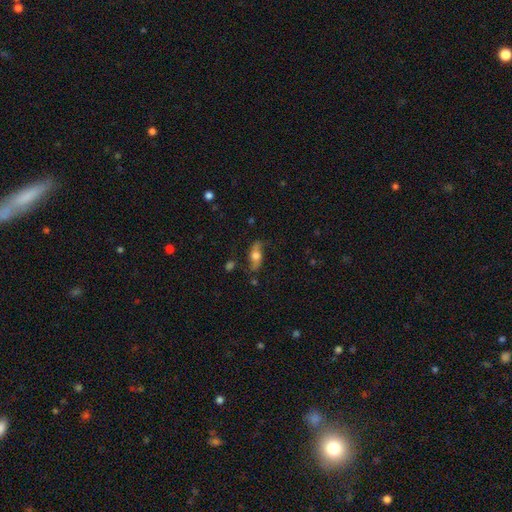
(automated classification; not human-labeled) The model was most divided on "smooth or featured" (2-way tie): featured or disk: 46%, smooth: 46%, star or artifact: 8%. More confident: merging — none (72%).